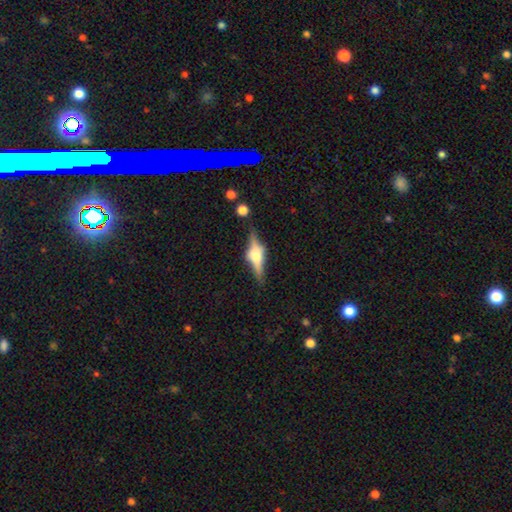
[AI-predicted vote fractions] smooth-or-featured: featured or disk: 71% | smooth: 21% | star or artifact: 8%
  disk-edge-on: yes: 95% | no: 5%
    edge-on-bulge: rounded: 89% | boxy: 9% | none: 2%
  merging: none: 76% | minor disturbance: 15% | major disturbance: 5% | merger: 4%